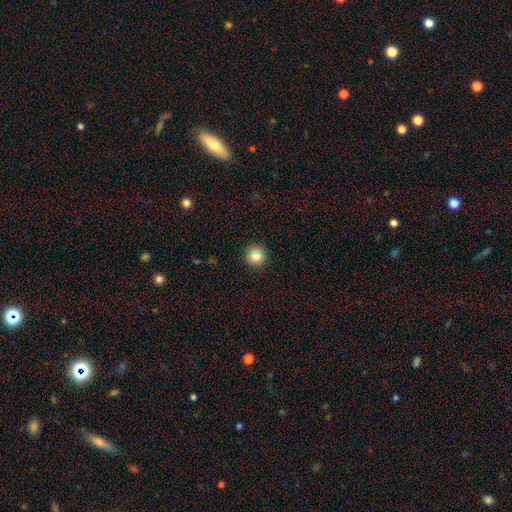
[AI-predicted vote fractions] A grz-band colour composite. It shows a smooth galaxy with no disk features (79%) that is round (94%). Merging: none (91%).